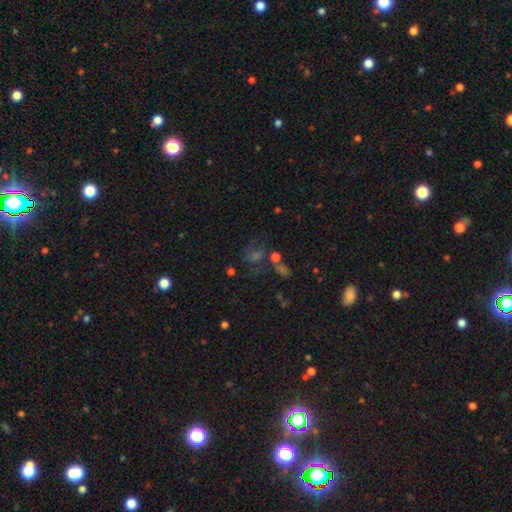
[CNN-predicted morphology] Smooth or featured: star or artifact — 40% (featured or disk — 31%)